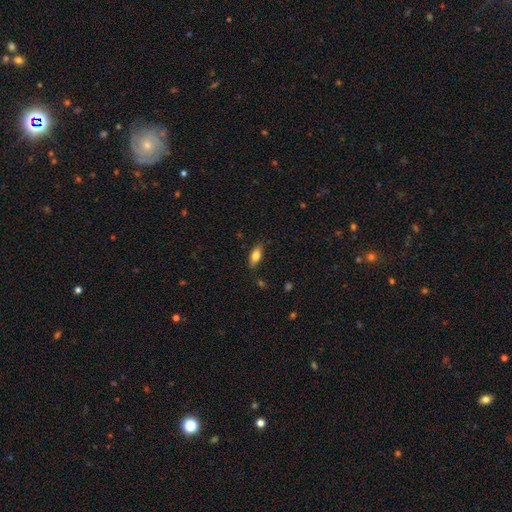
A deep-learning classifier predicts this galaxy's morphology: This appears to be a smooth galaxy with no disk features (78%) that is in between round and cigar-shaped (84%). Merging: none (82%).